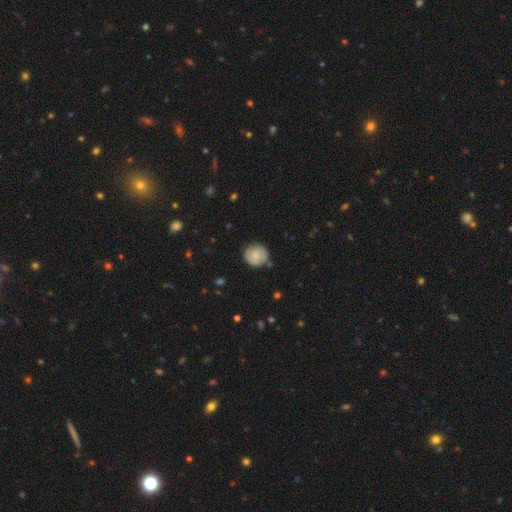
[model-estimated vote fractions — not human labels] The model was most divided on "smooth or featured": smooth: 69%, featured or disk: 23%, star or artifact: 7%. More confident: how rounded — round (87%); merging — none (78%).